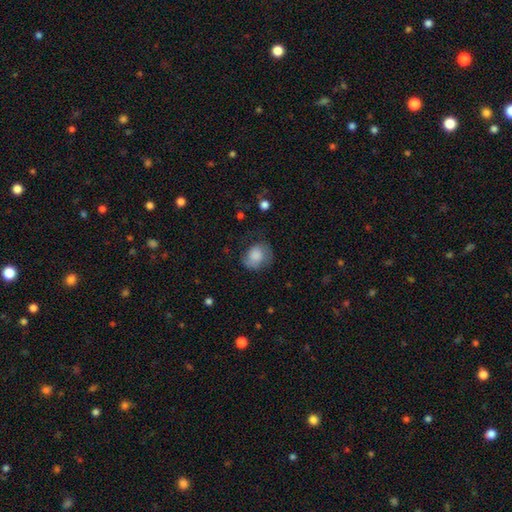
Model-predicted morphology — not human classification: This is likely a smooth galaxy (71%). How rounded: possibly round (60%). Merging: possibly none (56%).